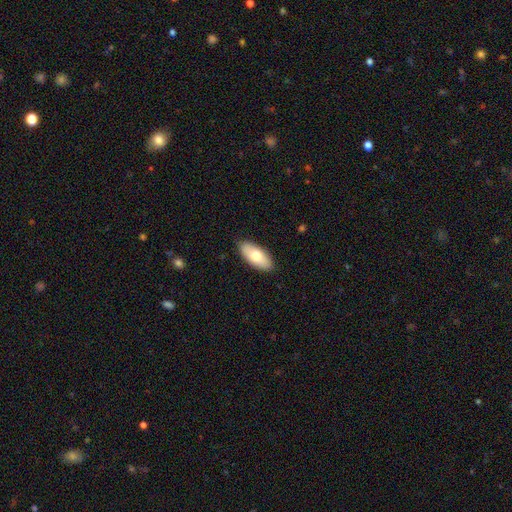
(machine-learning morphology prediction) type=smooth (74%); roundness=in between (88%); merging=none (88%).